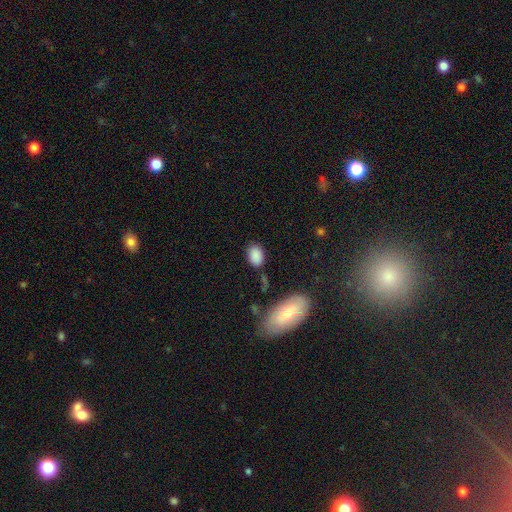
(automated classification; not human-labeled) A smooth galaxy with no disk features (87%) that is in between round and cigar-shaped (85%).

Vote fractions:
- Smooth or featured? smooth: 87% / star or artifact: 8% / featured or disk: 5%
- How rounded? in between: 85% / round: 14% / cigar-shaped: 2%
- Merging? none: 77% / minor disturbance: 15% / merger: 4% / major disturbance: 4%